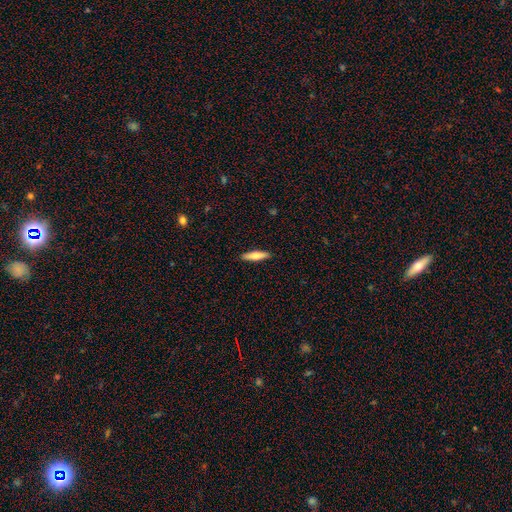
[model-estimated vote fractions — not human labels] Morphology: type=smooth (70%); roundness=cigar-shaped (74%); merging=none (90%).